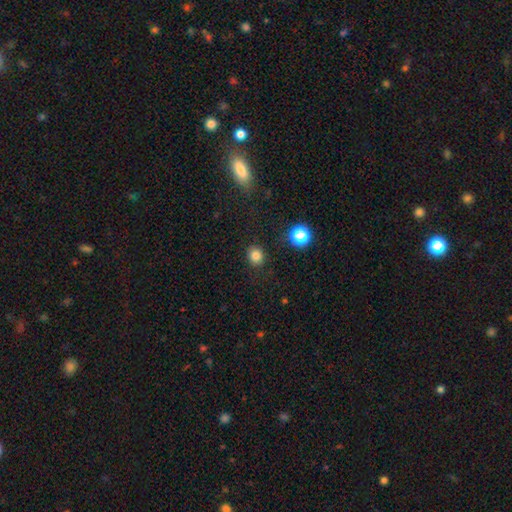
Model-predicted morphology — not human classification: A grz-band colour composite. It shows a smooth galaxy with no disk features (81%) that is round (74%). Merging: none (87%).